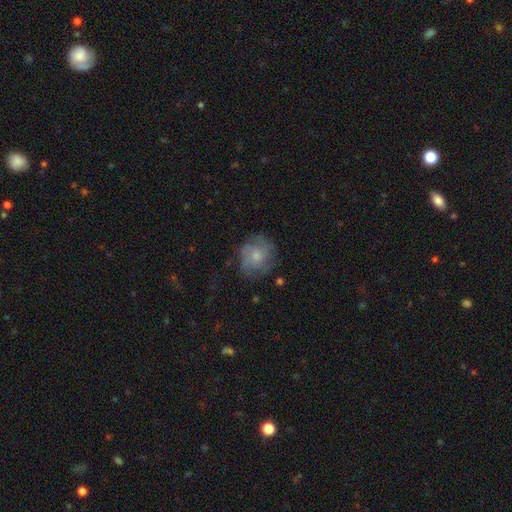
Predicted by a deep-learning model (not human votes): Overall: smooth (47%; featured or disk 45%). Merging: none (65%).